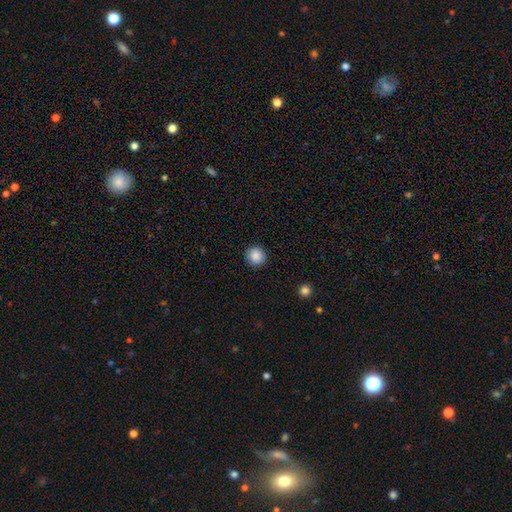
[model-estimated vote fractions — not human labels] Smooth or featured? smooth (88%)
How rounded? round (95%)
Merging? none (92%)